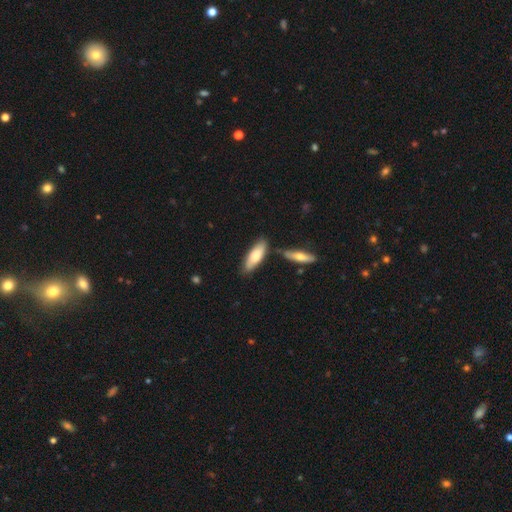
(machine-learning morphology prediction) A smooth galaxy with no disk features (73%) that is in between round and cigar-shaped (59%).

Vote fractions:
- Smooth or featured? smooth: 73% / featured or disk: 22% / star or artifact: 5%
- How rounded? in between: 59% / cigar-shaped: 39% / round: 2%
- Merging? none: 73% / minor disturbance: 14% / merger: 10% / major disturbance: 3%